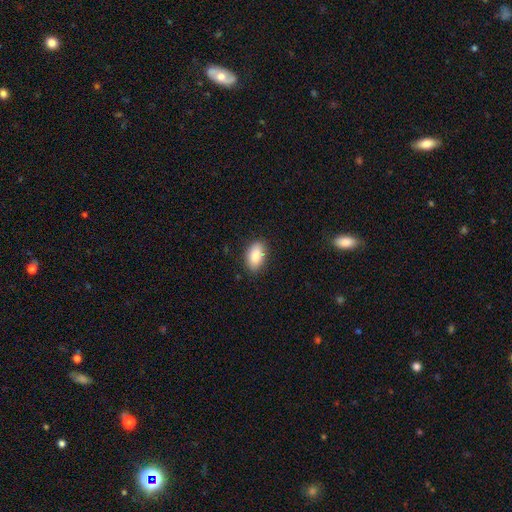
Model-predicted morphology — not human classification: Smooth or featured? smooth (86%)
How rounded? in between (92%)
Merging? none (86%)